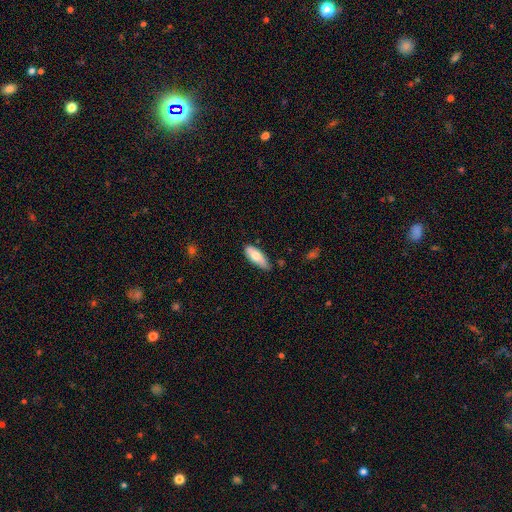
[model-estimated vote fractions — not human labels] Smooth or featured: smooth — 74% (featured or disk — 20%)
How rounded: in between — 75% (cigar-shaped — 23%)
Merging: none — 71% (minor disturbance — 23%)